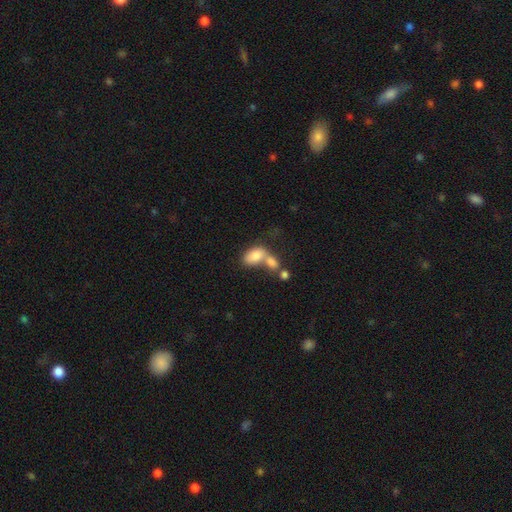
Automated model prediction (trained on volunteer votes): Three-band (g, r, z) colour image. It shows a smooth galaxy with no disk features (79%) that is in between round and cigar-shaped (90%). Merging: merger (61%).